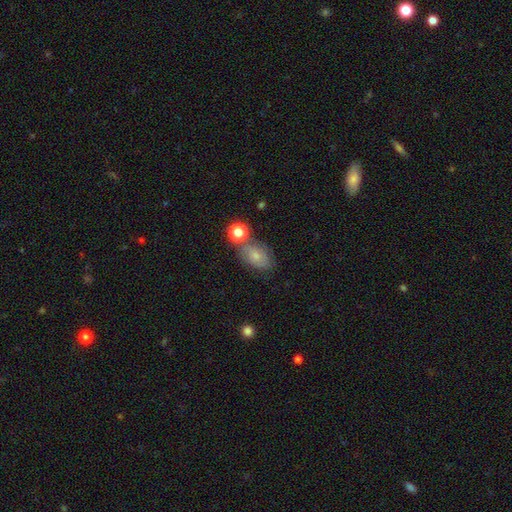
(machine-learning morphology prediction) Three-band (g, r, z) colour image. It shows a smooth galaxy with no disk features (63%) that is in between round and cigar-shaped (78%). Merging: none (57%).